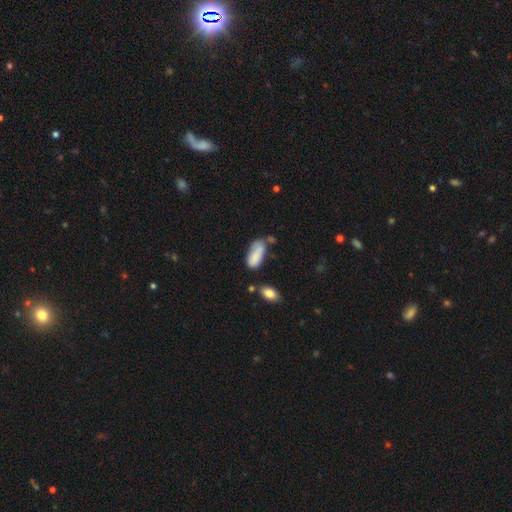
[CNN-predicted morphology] Smooth or featured? smooth (80%)
How rounded? in between (81%)
Merging? none (44%)